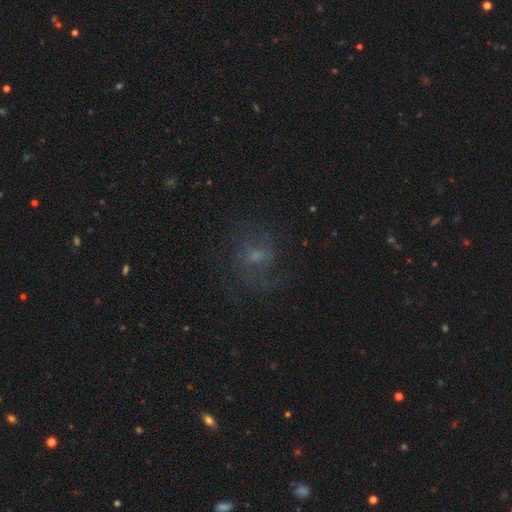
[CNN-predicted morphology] smooth-or-featured: featured or disk: 57% | smooth: 26% | star or artifact: 17%
  disk-edge-on: no: 97% | yes: 3%
    bar: no: 50% | weak: 43% | strong: 8%
    has-spiral-arms: yes: 77% | no: 23%
    bulge-size: small: 44% | moderate: 38% | none: 12% | large: 4% | dominant: 1%
  merging: none: 63% | major disturbance: 18% | minor disturbance: 17% | merger: 2%